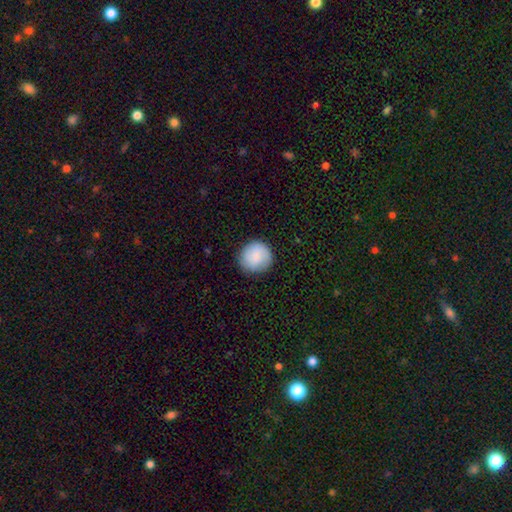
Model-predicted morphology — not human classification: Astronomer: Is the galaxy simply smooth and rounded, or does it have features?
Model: smooth — 86%.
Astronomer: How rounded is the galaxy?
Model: round — 94%.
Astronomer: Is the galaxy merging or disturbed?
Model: none — 86%.